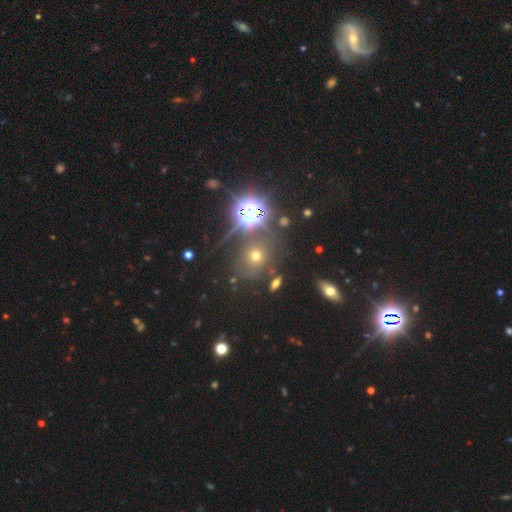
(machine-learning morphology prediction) Smooth or featured? smooth (51%)
How rounded? round (68%)
Merging? none (73%)